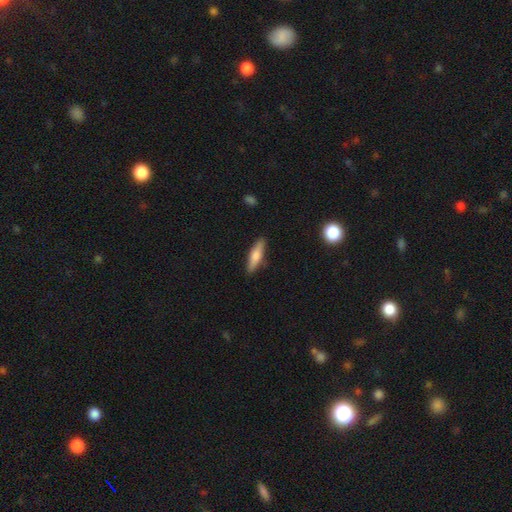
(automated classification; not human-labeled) Smooth or featured? Predicted: smooth (p=0.68). How rounded? Predicted: cigar-shaped (p=0.68). Merging? Predicted: none (p=0.87).